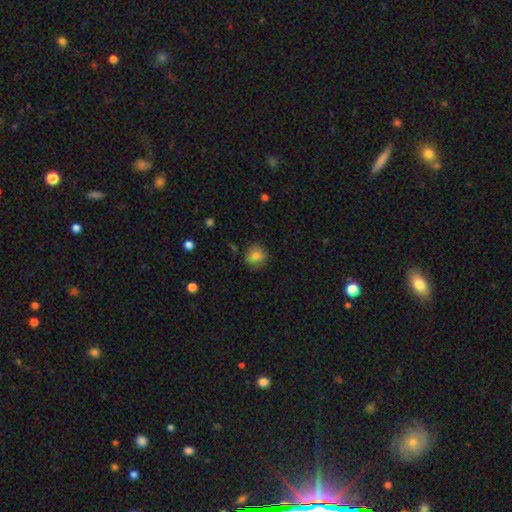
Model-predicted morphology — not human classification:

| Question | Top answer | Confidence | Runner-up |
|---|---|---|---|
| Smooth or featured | smooth | 82% | star or artifact (10%) |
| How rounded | round | 83% | in between (16%) |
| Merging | none | 84% | minor disturbance (12%) |